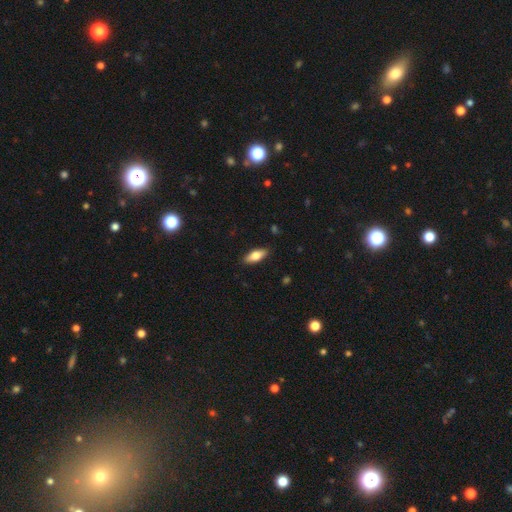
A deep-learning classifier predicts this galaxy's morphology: type=smooth (73%); roundness=in between (76%); merging=none (88%).